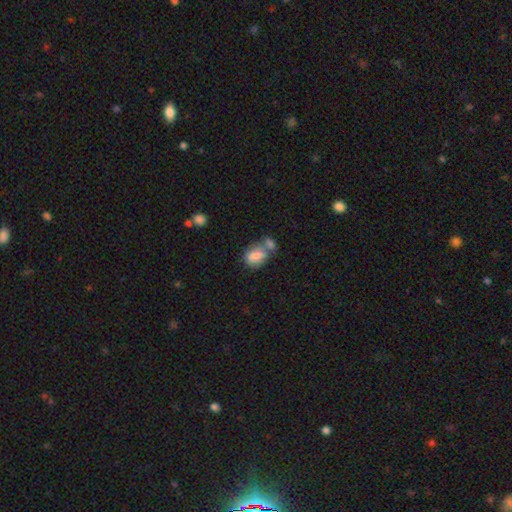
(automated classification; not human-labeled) Smooth or featured?
  - smooth: 80% *
  - featured or disk: 12%
  - star or artifact: 8%
How rounded?
  - in between: 76% *
  - round: 22%
  - cigar-shaped: 2%
Merging?
  - merger: 44% *
  - none: 34%
  - minor disturbance: 15%
  - major disturbance: 7%